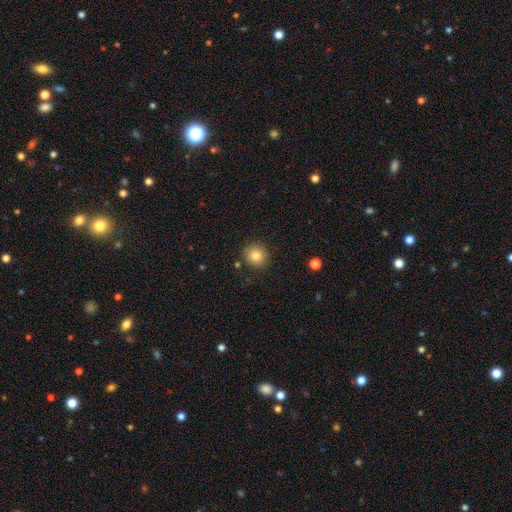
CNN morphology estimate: Overall: smooth (83%). How rounded: round (92%). Merging: none (87%).